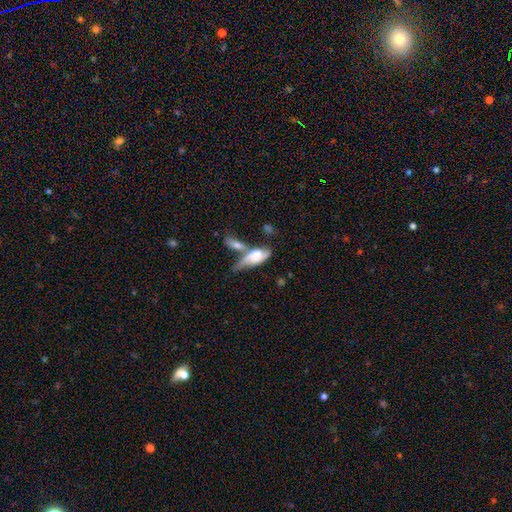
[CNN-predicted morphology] A featured or disk galaxy (50%).

Vote fractions:
- Smooth or featured? featured or disk: 50% / smooth: 43% / star or artifact: 8%
- Merging? merger: 51% / none: 21% / major disturbance: 15% / minor disturbance: 14%